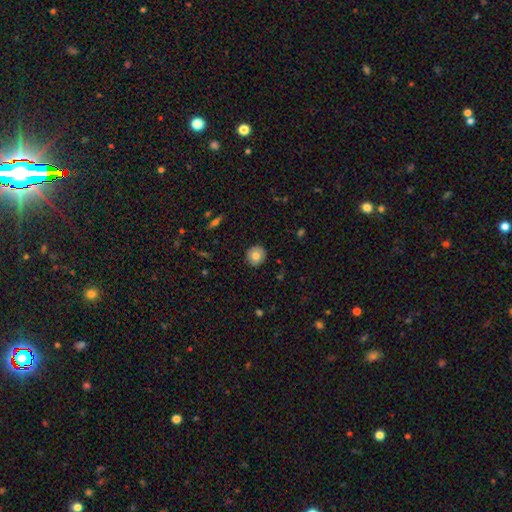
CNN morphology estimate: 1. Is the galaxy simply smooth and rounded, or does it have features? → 78% smooth, 13% featured or disk, 8% star or artifact.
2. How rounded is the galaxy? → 91% round, 8% in between, 1% cigar-shaped.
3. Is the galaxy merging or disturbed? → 89% none, 8% minor disturbance, 2% major disturbance, 1% merger.